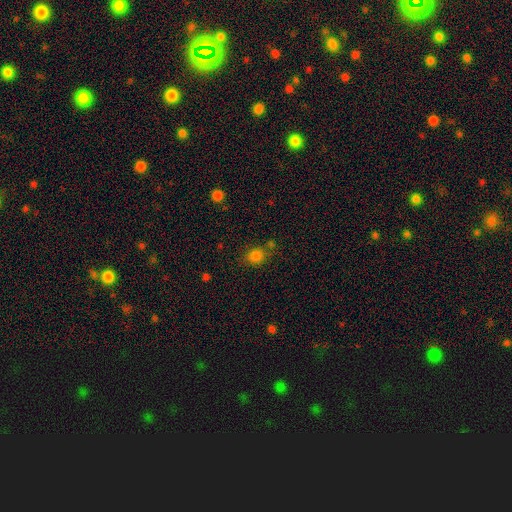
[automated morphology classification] smooth_or_featured: smooth (p=0.81) [alt: star or artifact p=0.14]
how_rounded: round (p=0.71) [alt: in between p=0.28]
merging: none (p=0.71) [alt: minor disturbance p=0.14]